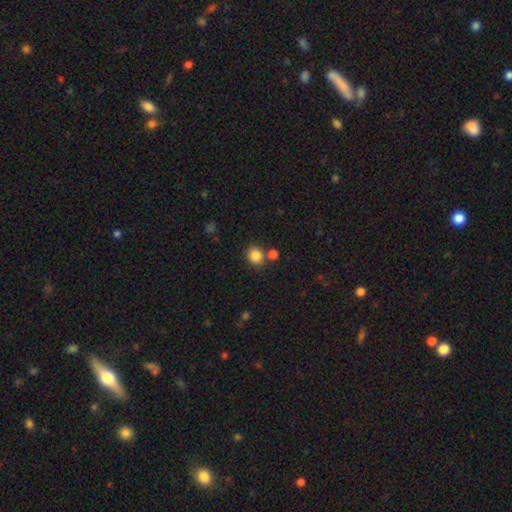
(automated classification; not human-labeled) A smooth galaxy with no disk features (85%) that is round (78%). Merging: none (72%).